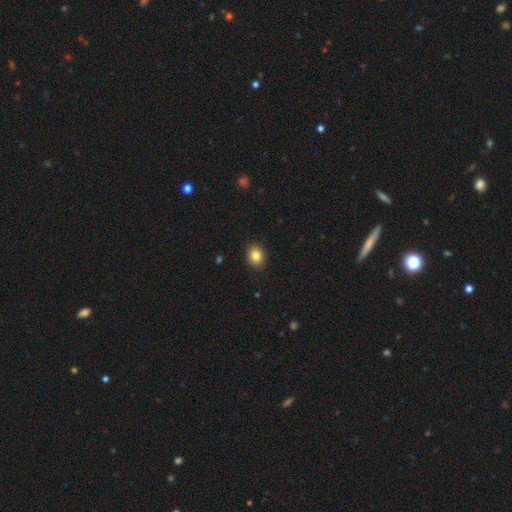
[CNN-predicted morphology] smooth 84%, star or artifact 10%, featured or disk 6%. Down the decision tree: how rounded — round (56%); merging — none (90%).